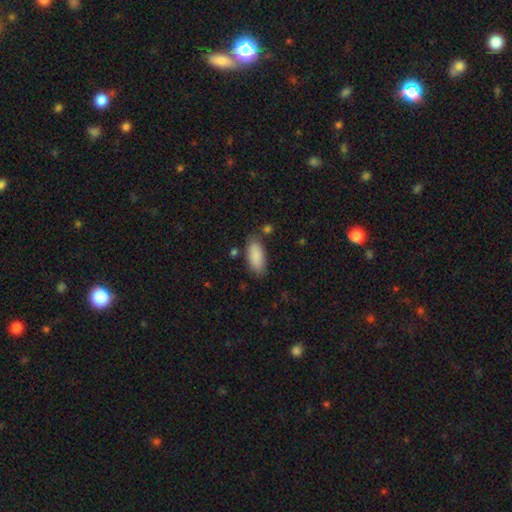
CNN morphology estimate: This is clearly a smooth galaxy (89%). How rounded: clearly in between (87%). Merging: likely none (77%).